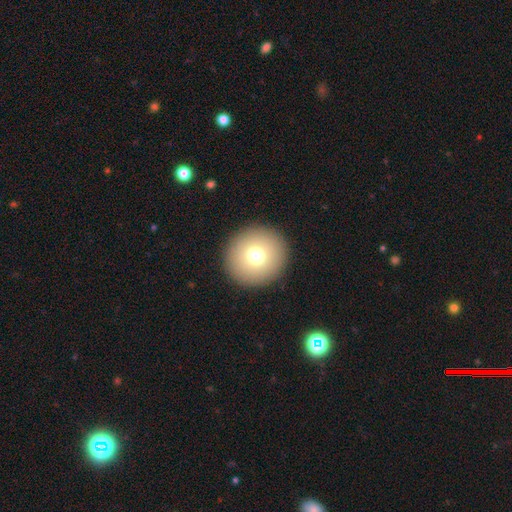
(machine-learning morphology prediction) smooth-or-featured: smooth: 73% | featured or disk: 15% | star or artifact: 12%
  how-rounded: round: 93% | in between: 6% | cigar-shaped: 1%
  merging: none: 92% | minor disturbance: 4% | major disturbance: 2% | merger: 1%